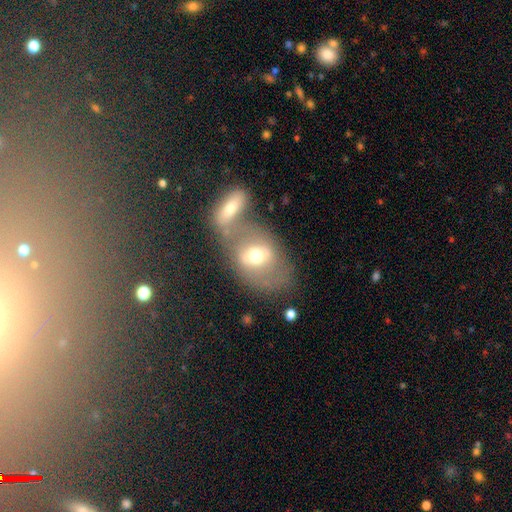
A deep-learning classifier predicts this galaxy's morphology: Smooth or featured: smooth — 49% (featured or disk — 42%)
Merging: merger — 49% (none — 32%)